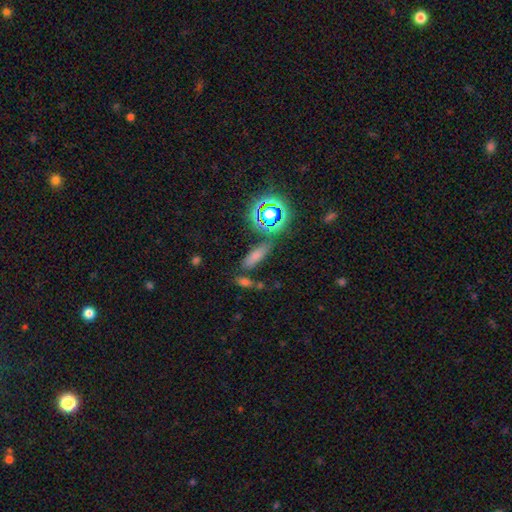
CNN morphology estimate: Q: Smooth or featured?
A: smooth (69%); runner-up: star or artifact (20%)
Q: How rounded?
A: in between (53%); runner-up: cigar-shaped (40%)
Q: Merging?
A: none (71%); runner-up: minor disturbance (14%)